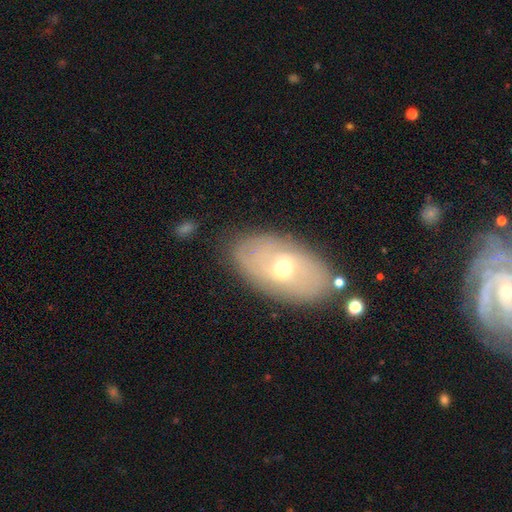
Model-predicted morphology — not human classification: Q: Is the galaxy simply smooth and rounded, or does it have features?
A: featured or disk — 58%.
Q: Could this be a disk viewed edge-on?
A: no — 89%.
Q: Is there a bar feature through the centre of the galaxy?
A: no — 45%.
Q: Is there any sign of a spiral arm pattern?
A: yes — 54%.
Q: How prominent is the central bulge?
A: moderate — 61%.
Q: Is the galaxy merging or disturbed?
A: none — 78%.